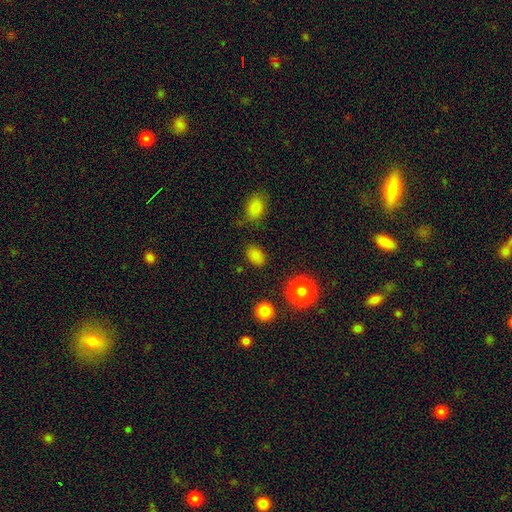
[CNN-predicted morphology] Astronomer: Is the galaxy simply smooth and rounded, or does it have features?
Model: smooth — 81%.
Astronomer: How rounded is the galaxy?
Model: in between — 80%.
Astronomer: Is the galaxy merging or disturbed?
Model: none — 83%.